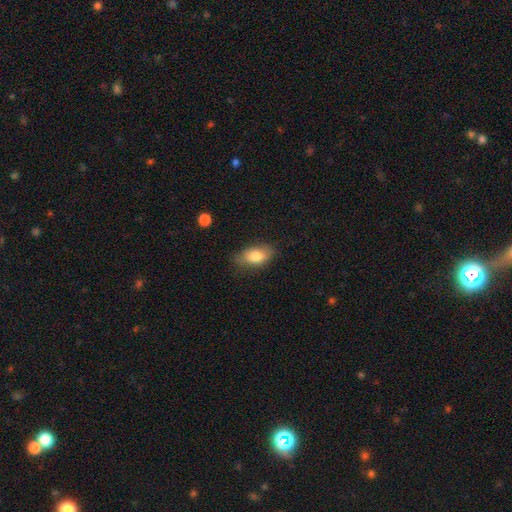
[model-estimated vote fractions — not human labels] Smooth or featured?
  - smooth: 79% *
  - featured or disk: 13%
  - star or artifact: 7%
How rounded?
  - in between: 89% *
  - round: 6%
  - cigar-shaped: 5%
Merging?
  - none: 73% *
  - minor disturbance: 21%
  - major disturbance: 5%
  - merger: 1%